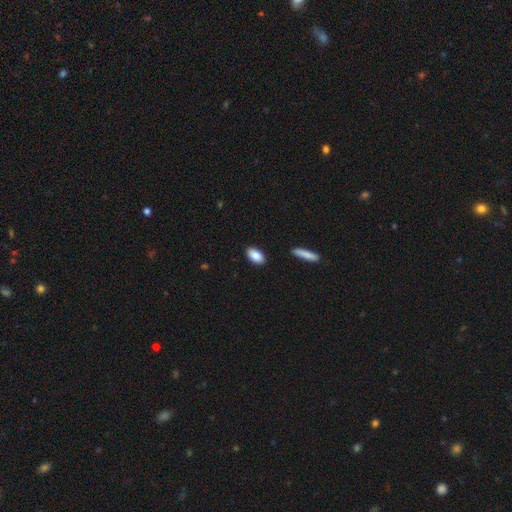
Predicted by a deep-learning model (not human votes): Smooth or featured?
  - smooth: 86% *
  - featured or disk: 7%
  - star or artifact: 6%
How rounded?
  - in between: 93% *
  - round: 4%
  - cigar-shaped: 4%
Merging?
  - none: 88% *
  - minor disturbance: 8%
  - major disturbance: 2%
  - merger: 2%